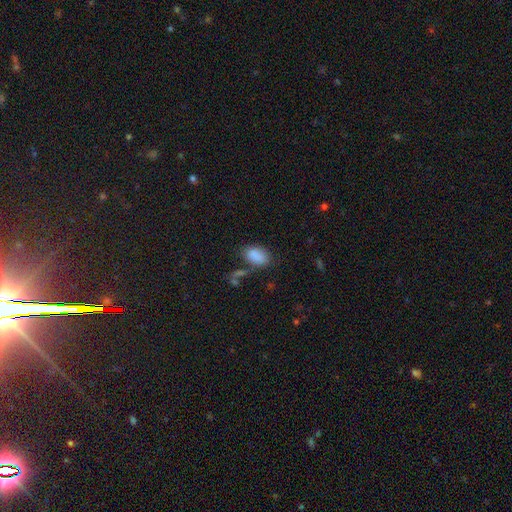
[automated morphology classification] smooth_or_featured: smooth (p=0.86) [alt: star or artifact p=0.08]
how_rounded: in between (p=0.91) [alt: round p=0.07]
merging: none (p=0.65) [alt: minor disturbance p=0.20]